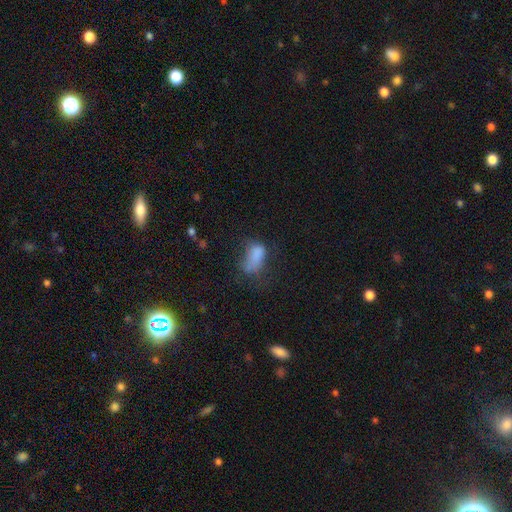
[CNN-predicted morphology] smooth-or-featured: smooth: 69% | featured or disk: 17% | star or artifact: 14%
  how-rounded: in between: 87% | round: 9% | cigar-shaped: 3%
  merging: major disturbance: 44% | minor disturbance: 25% | none: 24% | merger: 7%